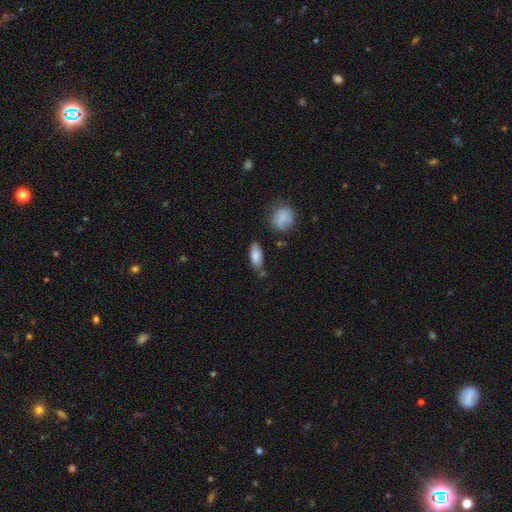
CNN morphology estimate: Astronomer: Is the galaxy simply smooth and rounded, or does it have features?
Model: smooth — 83%.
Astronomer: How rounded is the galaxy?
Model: in between — 83%.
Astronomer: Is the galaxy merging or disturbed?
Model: none — 72%.